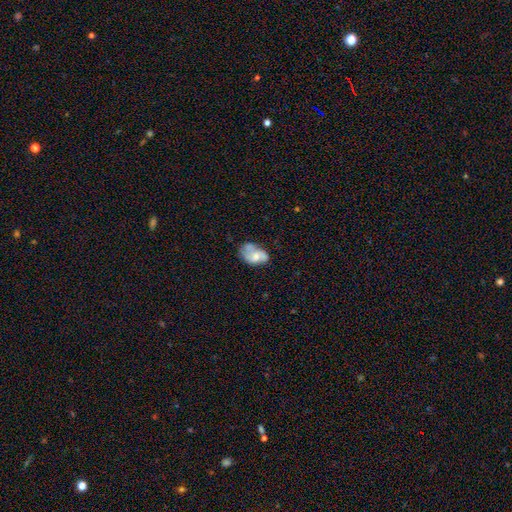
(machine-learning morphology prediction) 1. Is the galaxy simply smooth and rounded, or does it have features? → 51% smooth, 41% featured or disk, 8% star or artifact.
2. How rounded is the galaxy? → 87% in between, 11% round, 1% cigar-shaped.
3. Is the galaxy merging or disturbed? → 37% none, 31% minor disturbance, 19% major disturbance, 12% merger.